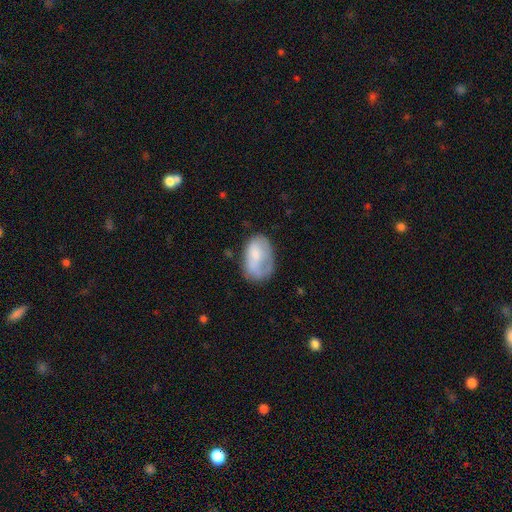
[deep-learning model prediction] Smooth or featured? Predicted: smooth (p=0.65). How rounded? Predicted: in between (p=0.89). Merging? Predicted: none (p=0.41).